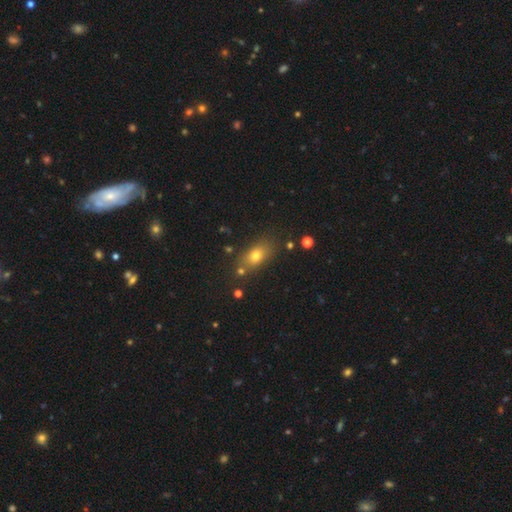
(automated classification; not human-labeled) smooth_or_featured: smooth (p=0.71) [alt: featured or disk p=0.14]
how_rounded: in between (p=0.72) [alt: round p=0.20]
merging: none (p=0.74) [alt: minor disturbance p=0.13]